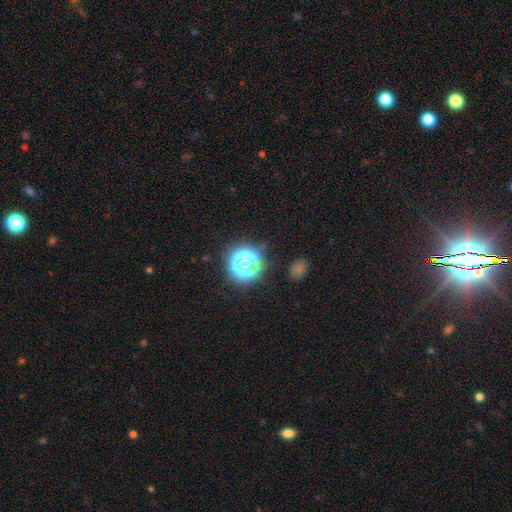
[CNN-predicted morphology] type=star or artifact (77%).